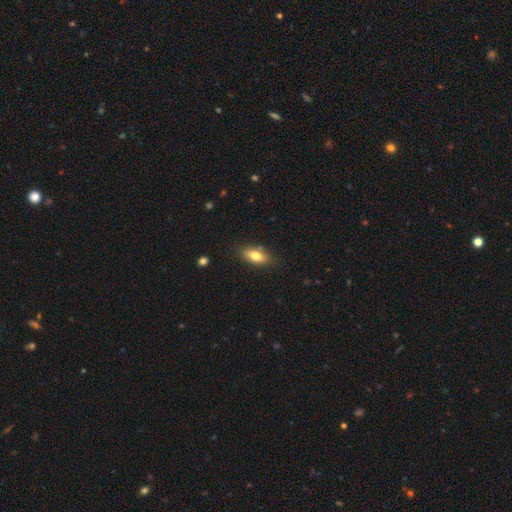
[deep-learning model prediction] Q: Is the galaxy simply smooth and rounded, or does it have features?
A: smooth — 73%.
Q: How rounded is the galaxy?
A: in between — 78%.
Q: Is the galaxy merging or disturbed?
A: none — 82%.